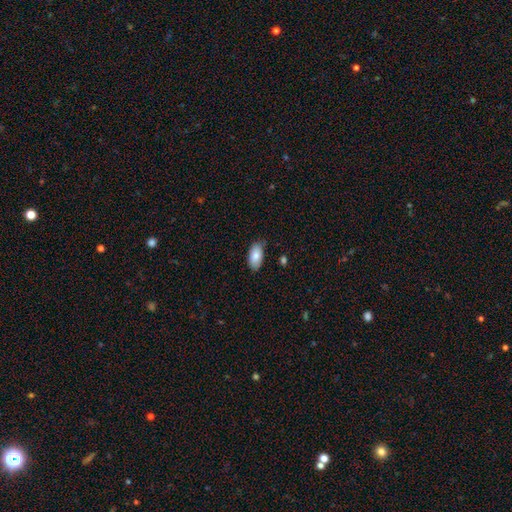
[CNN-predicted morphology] A smooth galaxy with no disk features (82%) that is in between round and cigar-shaped (94%). Merging: none (79%).